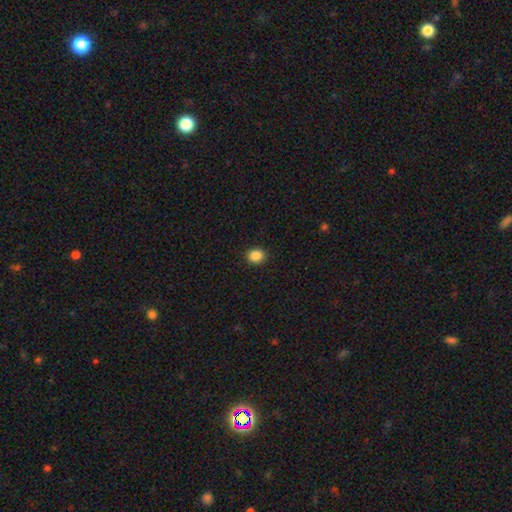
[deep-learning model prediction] Overall: smooth (87%). How rounded: round (68%; in between 31%). Merging: none (92%).